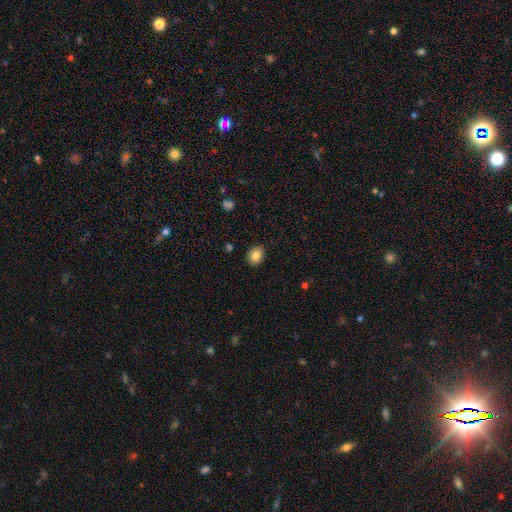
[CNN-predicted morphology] Q: Smooth or featured?
A: smooth (83%); runner-up: star or artifact (9%)
Q: How rounded?
A: in between (54%); runner-up: round (45%)
Q: Merging?
A: none (89%); runner-up: minor disturbance (8%)